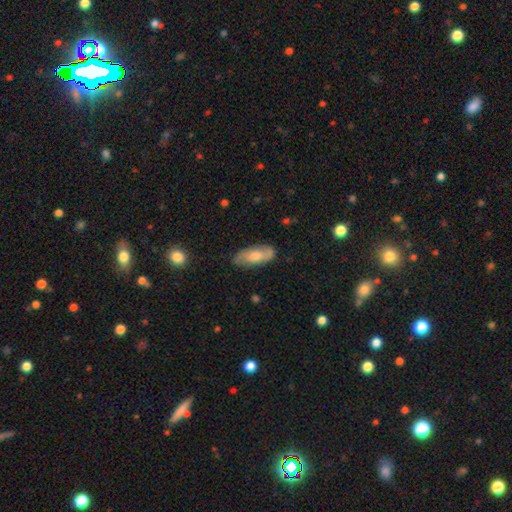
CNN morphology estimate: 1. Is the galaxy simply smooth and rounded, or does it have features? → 48% featured or disk, 45% smooth, 7% star or artifact.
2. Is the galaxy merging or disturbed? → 80% none, 16% minor disturbance, 3% major disturbance, 1% merger.